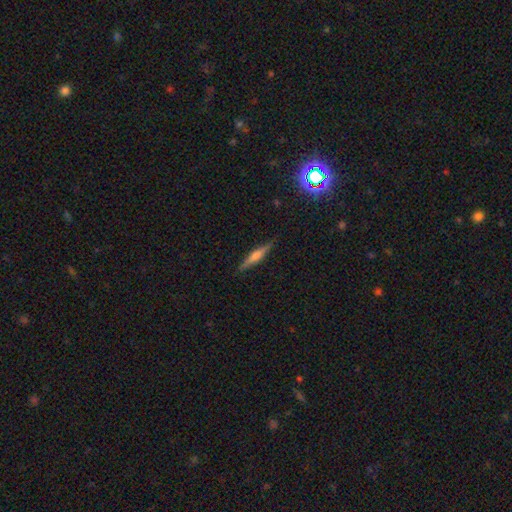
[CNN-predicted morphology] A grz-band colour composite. It shows a featured or disk galaxy (60%) viewed edge-on (97%) with a rounded central bulge (71%). Merging: none (89%).